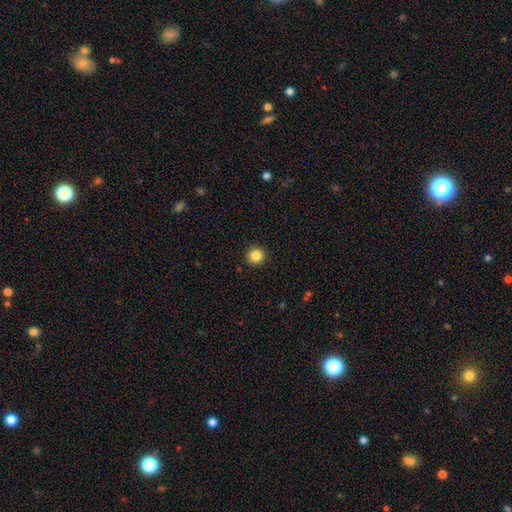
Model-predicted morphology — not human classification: Smooth or featured? smooth (85%)
How rounded? round (95%)
Merging? none (93%)